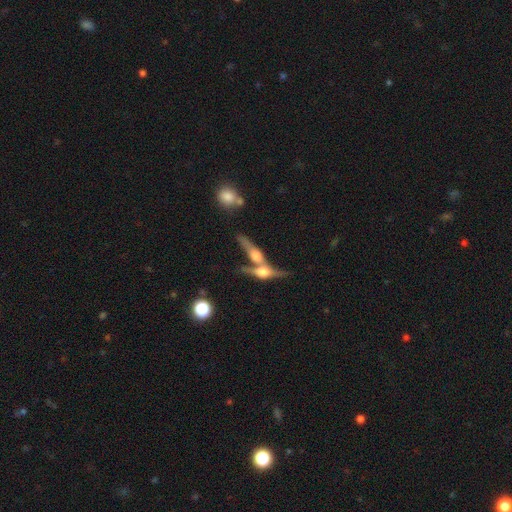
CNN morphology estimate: A featured or disk galaxy (70%) viewed edge-on (91%) with a rounded central bulge (92%).

Vote fractions:
- Smooth or featured? featured or disk: 70% / smooth: 21% / star or artifact: 9%
- Edge-on disk? yes: 91% / no: 9%
- Edge-on bulge? rounded: 92% / boxy: 6% / none: 3%
- Merging? merger: 47% / none: 39% / minor disturbance: 9% / major disturbance: 5%